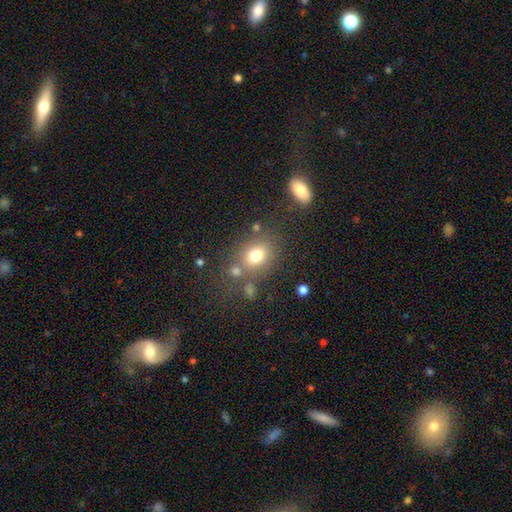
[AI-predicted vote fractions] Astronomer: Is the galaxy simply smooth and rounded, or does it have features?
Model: smooth — 76%.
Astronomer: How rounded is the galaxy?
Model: round — 50% (runner-up: in between, 48%).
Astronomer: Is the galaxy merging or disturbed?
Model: none — 64%.